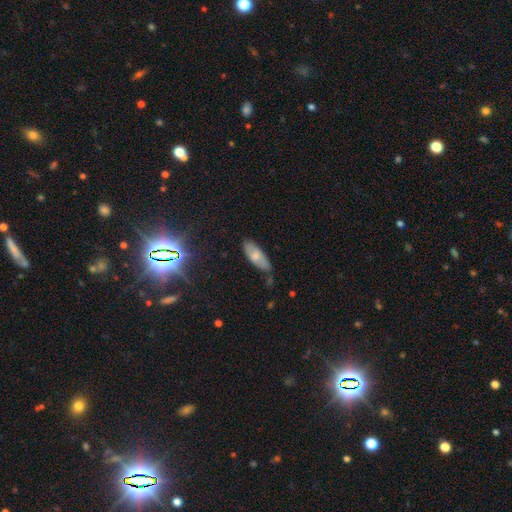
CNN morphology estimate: A smooth galaxy with no disk features (70%) that is in between round and cigar-shaped (73%).

Vote fractions:
- Smooth or featured? smooth: 70% / featured or disk: 22% / star or artifact: 8%
- How rounded? in between: 73% / cigar-shaped: 25% / round: 2%
- Merging? none: 61% / minor disturbance: 29% / major disturbance: 6% / merger: 3%